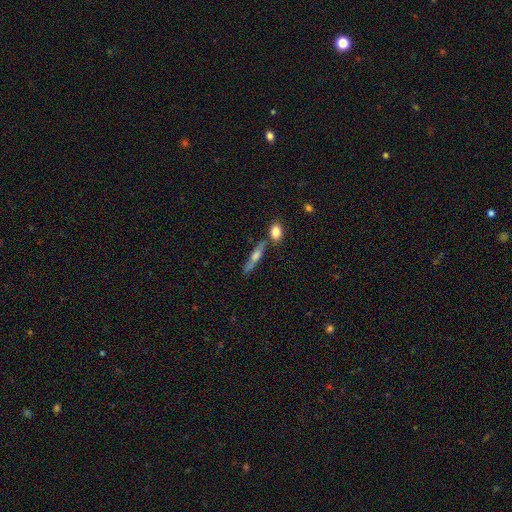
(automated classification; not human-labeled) Smooth or featured?
  - featured or disk: 62% *
  - smooth: 27%
  - star or artifact: 11%
Edge-on disk?
  - yes: 91% *
  - no: 9%
Edge-on bulge?
  - rounded: 85% *
  - boxy: 8%
  - none: 8%
Merging?
  - none: 68% *
  - merger: 17%
  - minor disturbance: 11%
  - major disturbance: 4%